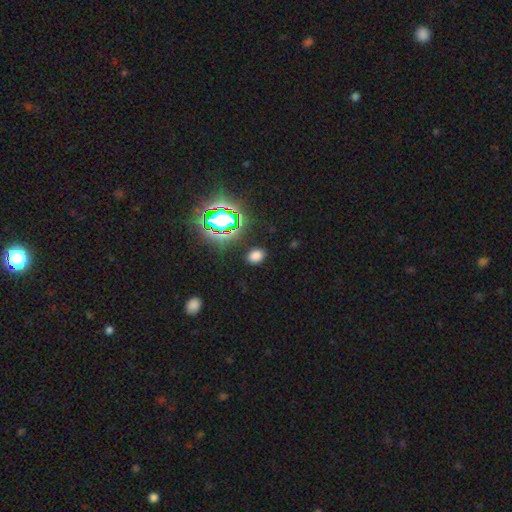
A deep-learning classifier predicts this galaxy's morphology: type=smooth (70%); roundness=in between (72%); merging=none (86%).